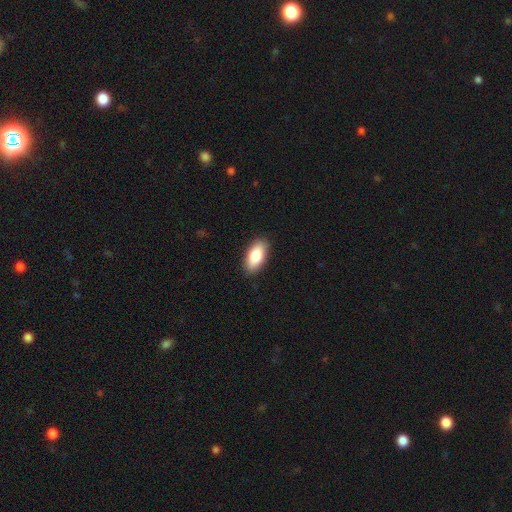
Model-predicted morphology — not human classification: Smooth or featured? smooth (84%)
How rounded? in between (91%)
Merging? none (89%)